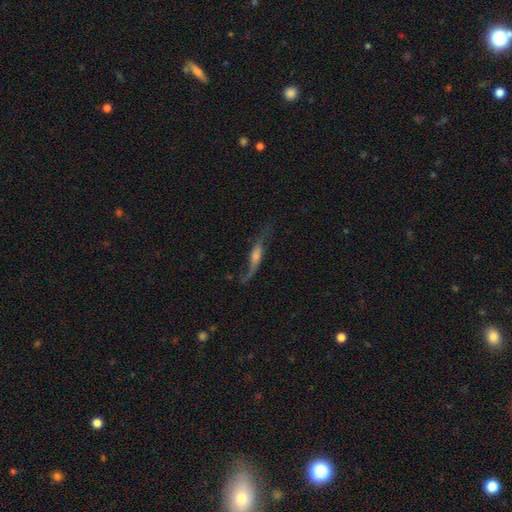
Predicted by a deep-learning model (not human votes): Overall: featured or disk (69%). Edge-on disk: yes (51%; no 49%). Merging: none (49%; major disturbance 25%).